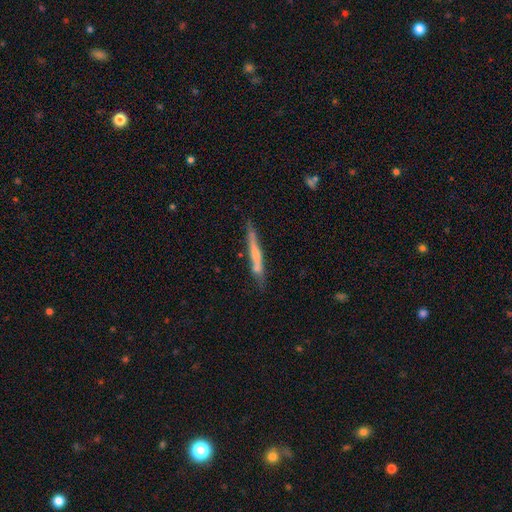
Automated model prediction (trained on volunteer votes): smooth-or-featured: featured or disk: 48% | smooth: 45% | star or artifact: 6%
  merging: none: 70% | minor disturbance: 20% | merger: 6% | major disturbance: 4%